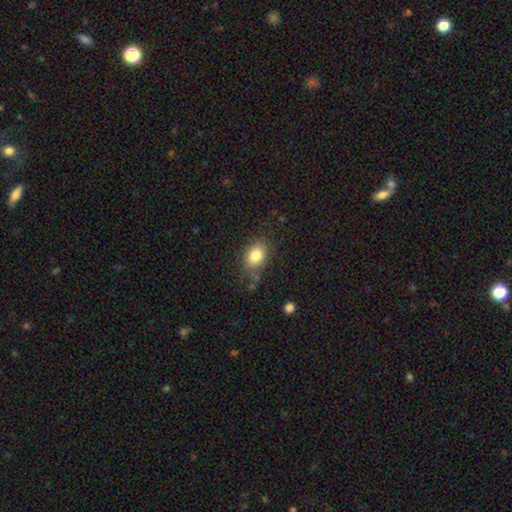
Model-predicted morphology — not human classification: type=smooth (81%); roundness=in between (62%); merging=none (74%).